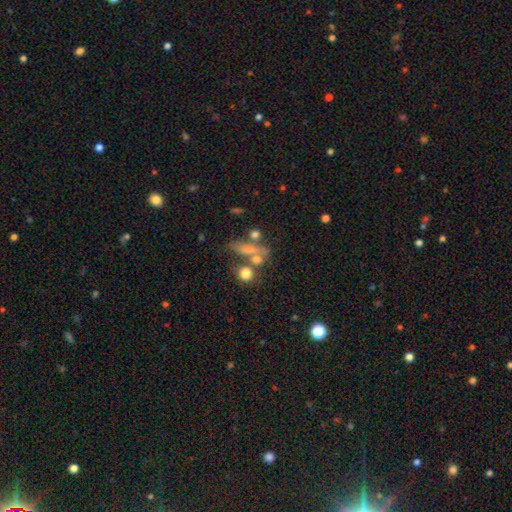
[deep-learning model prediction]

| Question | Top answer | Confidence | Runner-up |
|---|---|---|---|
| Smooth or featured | smooth | 63% | featured or disk (23%) |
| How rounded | in between | 40% | round (38%) |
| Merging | none | 38% | merger (35%) |